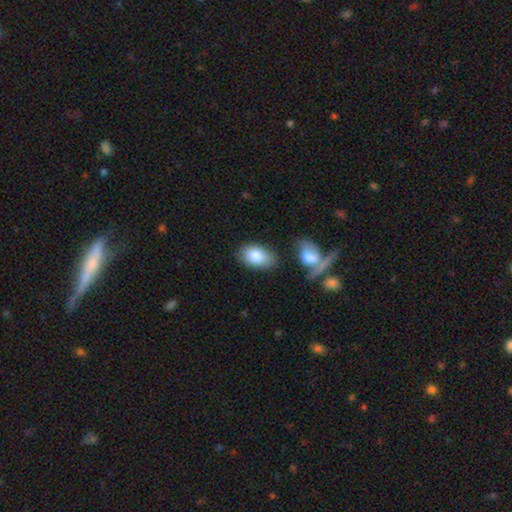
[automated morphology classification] Smooth or featured? smooth (84%)
How rounded? in between (91%)
Merging? none (71%)